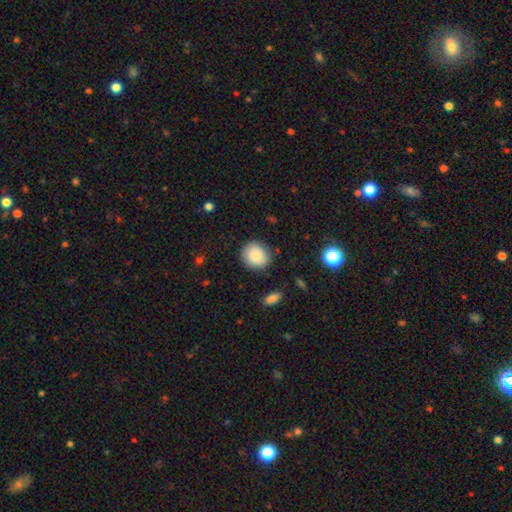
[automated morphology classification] Smooth or featured? smooth (82%)
How rounded? round (80%)
Merging? none (82%)